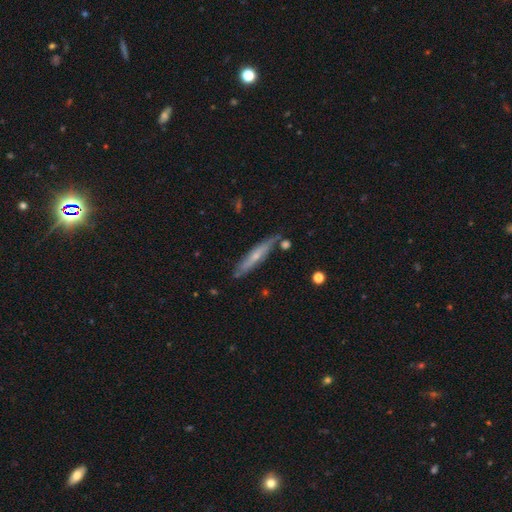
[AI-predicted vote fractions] Q: Smooth or featured?
A: featured or disk (53%); runner-up: smooth (40%)
Q: Edge-on disk?
A: yes (79%); runner-up: no (21%)
Q: Merging?
A: none (77%); runner-up: minor disturbance (16%)